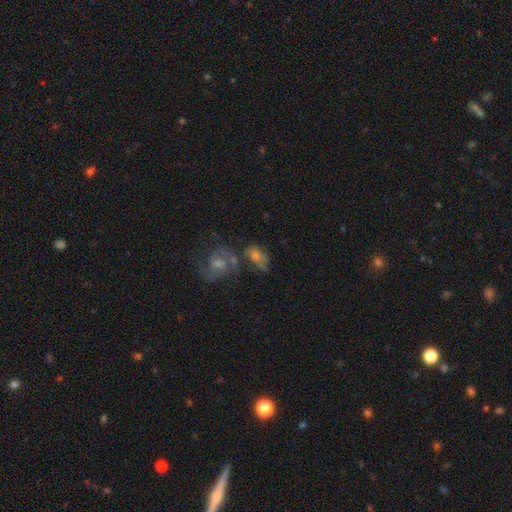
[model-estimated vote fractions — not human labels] Smooth or featured: featured or disk — 50% (smooth — 35%)
Merging: none — 39% (merger — 33%)